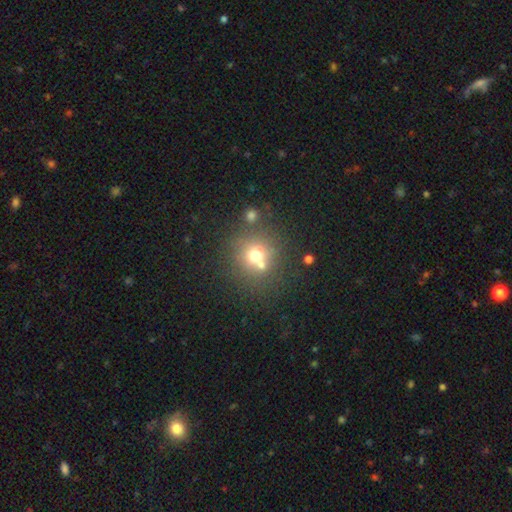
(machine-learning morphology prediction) smooth_or_featured: smooth (p=0.66) [alt: featured or disk p=0.17]
how_rounded: round (p=0.87) [alt: in between p=0.12]
merging: none (p=0.57) [alt: merger p=0.28]